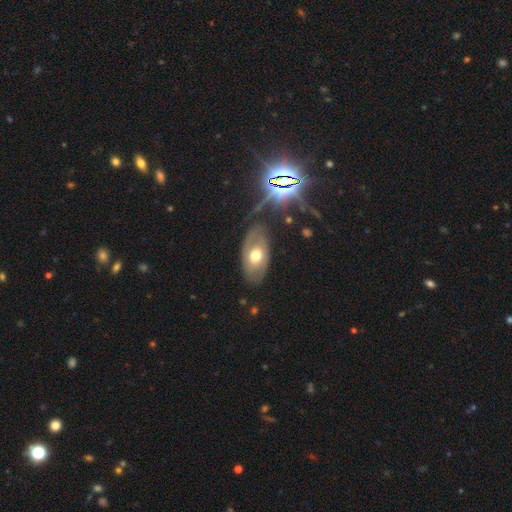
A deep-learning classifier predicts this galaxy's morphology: Smooth or featured? smooth (46%)
Merging? none (75%)